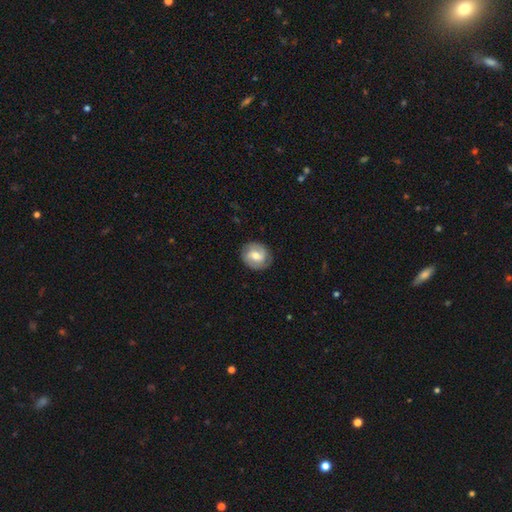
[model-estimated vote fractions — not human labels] This appears to be a featured or disk galaxy (59%) with a weak bar (49%), spiral arms (84%) and a moderate central bulge (71%). Merging: none (82%).